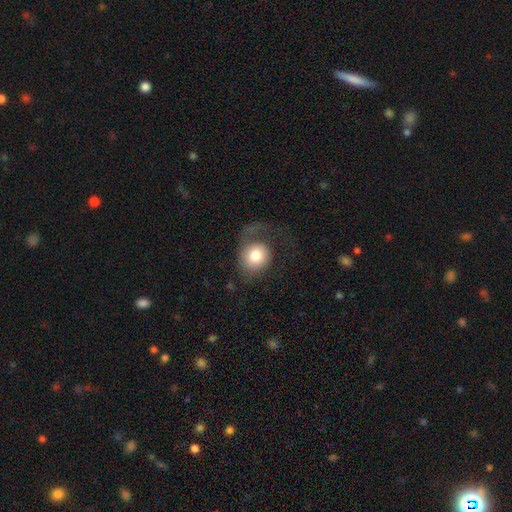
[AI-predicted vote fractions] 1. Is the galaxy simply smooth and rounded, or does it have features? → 68% smooth, 24% featured or disk, 8% star or artifact.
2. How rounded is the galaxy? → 76% round, 23% in between, 1% cigar-shaped.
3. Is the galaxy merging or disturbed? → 42% major disturbance, 38% none, 18% minor disturbance, 2% merger.